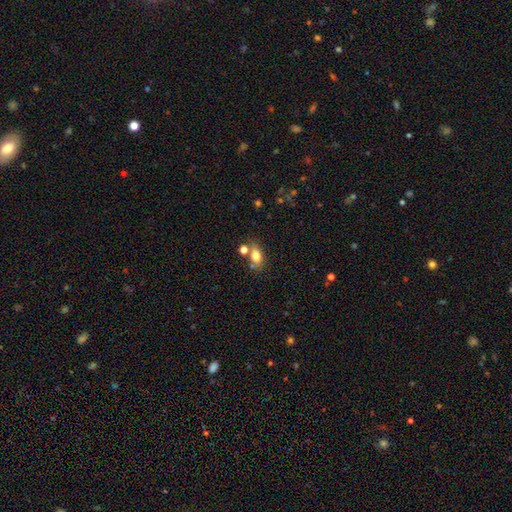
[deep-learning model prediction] Morphology: type=smooth (75%); roundness=in between (81%); merging=none (62%).